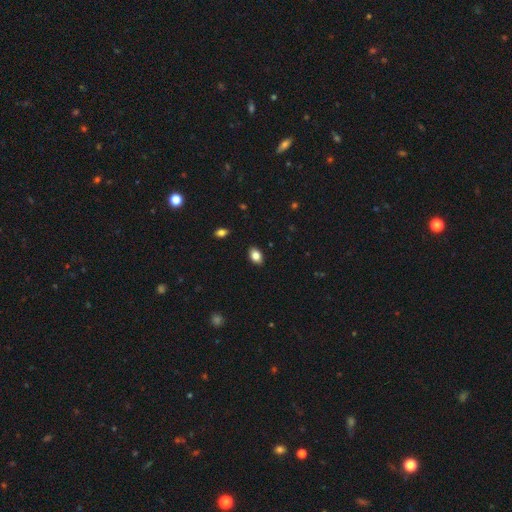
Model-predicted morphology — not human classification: Q: Smooth or featured?
A: smooth (84%); runner-up: star or artifact (9%)
Q: How rounded?
A: in between (84%); runner-up: round (15%)
Q: Merging?
A: none (89%); runner-up: minor disturbance (8%)